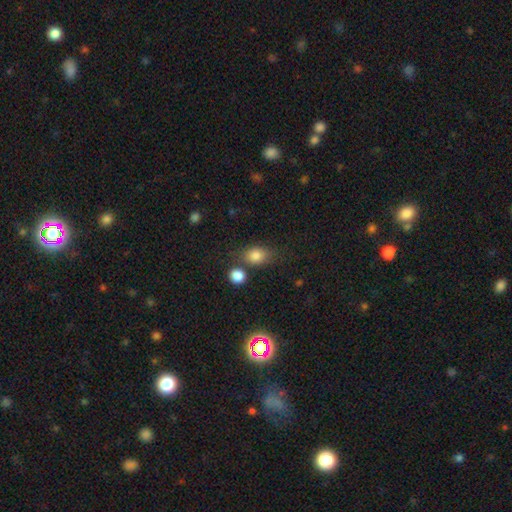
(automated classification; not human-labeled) smooth_or_featured: smooth (p=0.82) [alt: star or artifact p=0.11]
how_rounded: in between (p=0.61) [alt: round p=0.37]
merging: none (p=0.61) [alt: merger p=0.17]